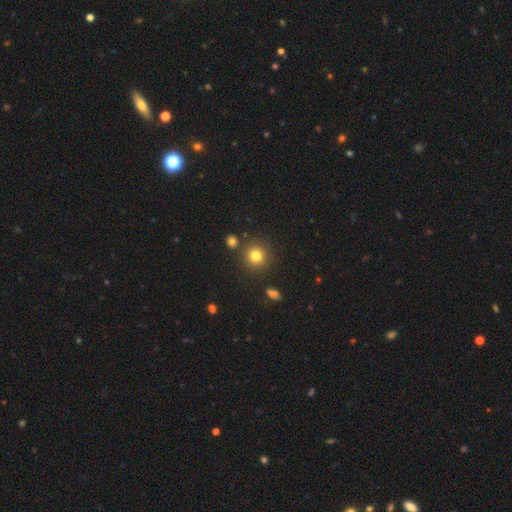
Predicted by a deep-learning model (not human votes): smooth 80%, star or artifact 14%, featured or disk 7%. Down the decision tree: how rounded — round (92%); merging — none (85%).